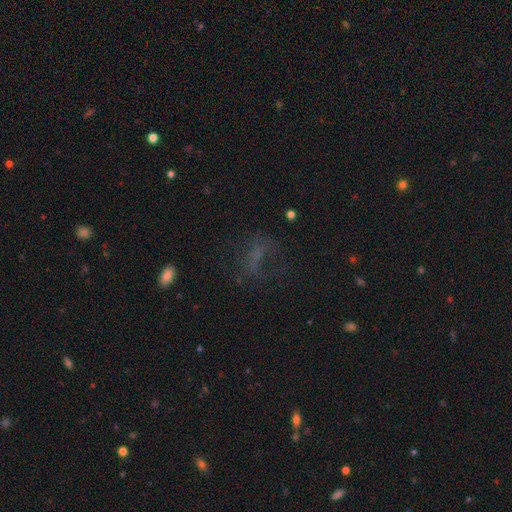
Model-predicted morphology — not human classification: smooth_or_featured: smooth (p=0.40) [alt: star or artifact p=0.30]
merging: none (p=0.47) [alt: major disturbance p=0.32]